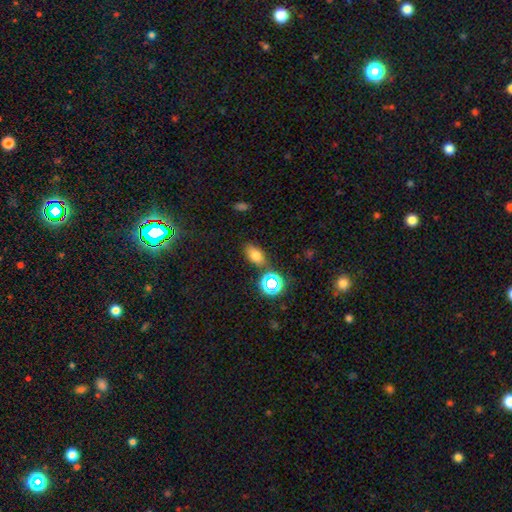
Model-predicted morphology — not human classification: Smooth or featured? smooth (72%)
How rounded? in between (82%)
Merging? none (77%)